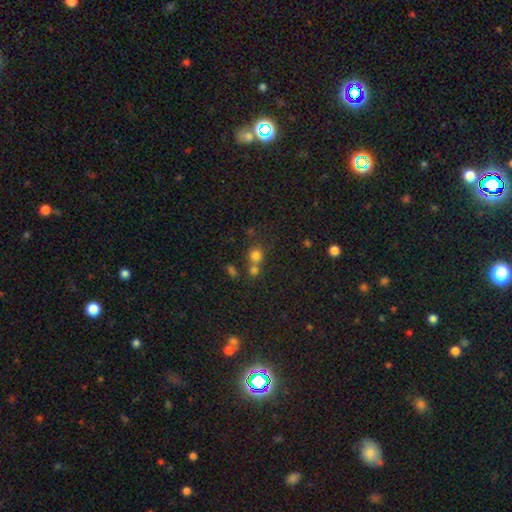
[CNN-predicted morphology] Overall: smooth (77%). How rounded: round (86%). Merging: none (52%; merger 37%).